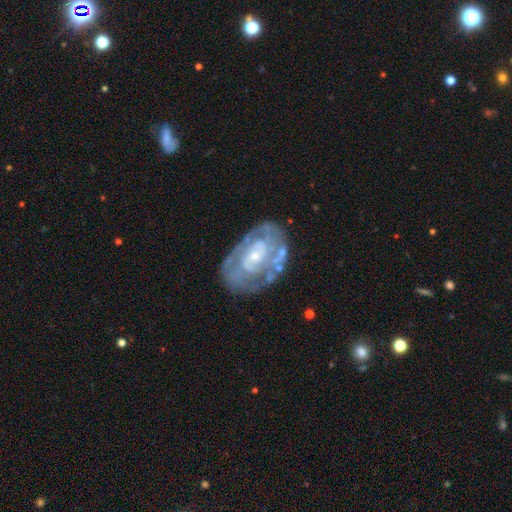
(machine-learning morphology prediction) Smooth or featured? featured or disk (81%)
Edge-on disk? no (96%)
Bar? no (67%)
Spiral arms? yes (73%)
Spiral winding? tight (62%)
Spiral arm count? can't tell (44%)
Bulge size? small (61%)
Merging? none (67%)